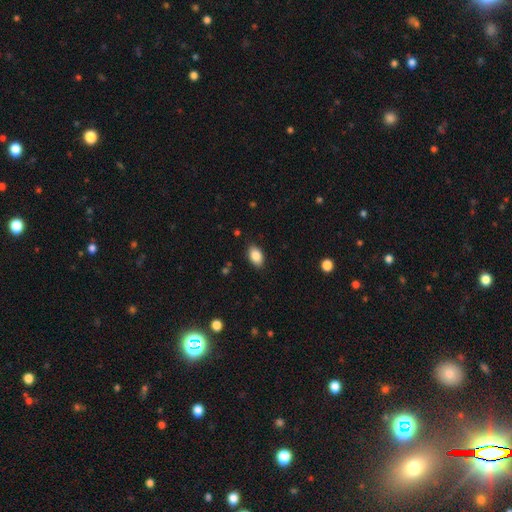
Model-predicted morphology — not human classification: type=smooth (87%); roundness=in between (90%); merging=none (86%).